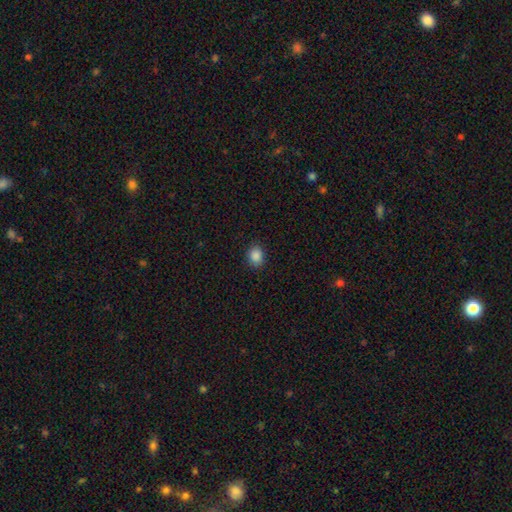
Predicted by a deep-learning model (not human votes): smooth-or-featured: smooth: 87% | star or artifact: 10% | featured or disk: 3%
  how-rounded: round: 52% | in between: 47% | cigar-shaped: 1%
  merging: none: 89% | minor disturbance: 8% | major disturbance: 2% | merger: 1%